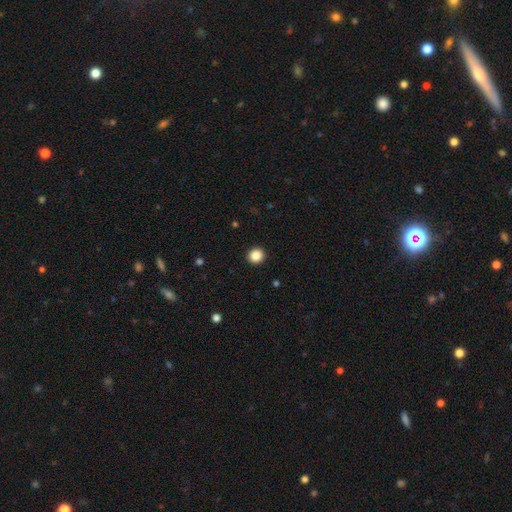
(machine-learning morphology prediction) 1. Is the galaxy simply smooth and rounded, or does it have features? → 86% smooth, 10% star or artifact, 3% featured or disk.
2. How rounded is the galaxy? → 94% round, 5% in between, 1% cigar-shaped.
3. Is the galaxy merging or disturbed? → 94% none, 4% minor disturbance, 2% major disturbance, 1% merger.